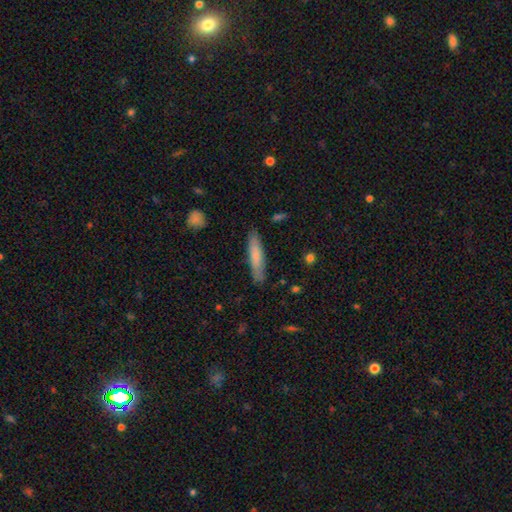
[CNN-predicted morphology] Overall: smooth (70%). How rounded: cigar-shaped (83%). Merging: none (85%).